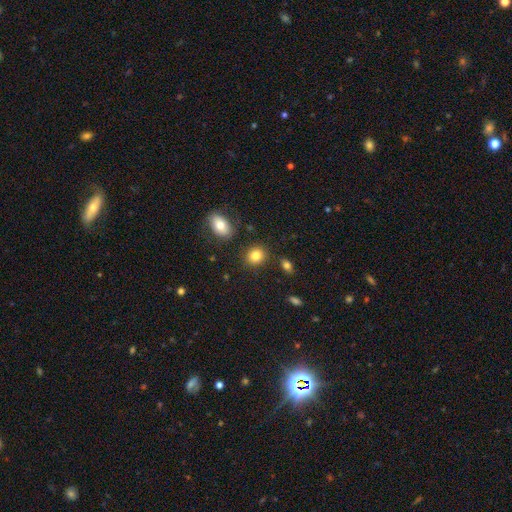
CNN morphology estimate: smooth-or-featured: smooth: 83% | star or artifact: 10% | featured or disk: 7%
  how-rounded: round: 66% | in between: 33% | cigar-shaped: 1%
  merging: none: 85% | minor disturbance: 9% | merger: 4% | major disturbance: 3%